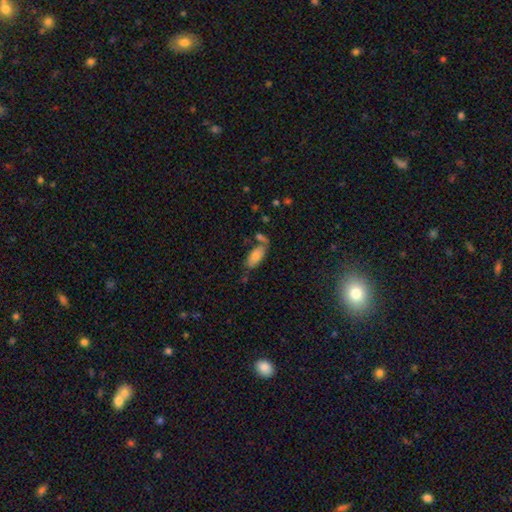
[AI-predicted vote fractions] Q: Smooth or featured?
A: smooth (76%); runner-up: featured or disk (16%)
Q: How rounded?
A: in between (90%); runner-up: cigar-shaped (7%)
Q: Merging?
A: none (55%); runner-up: merger (19%)